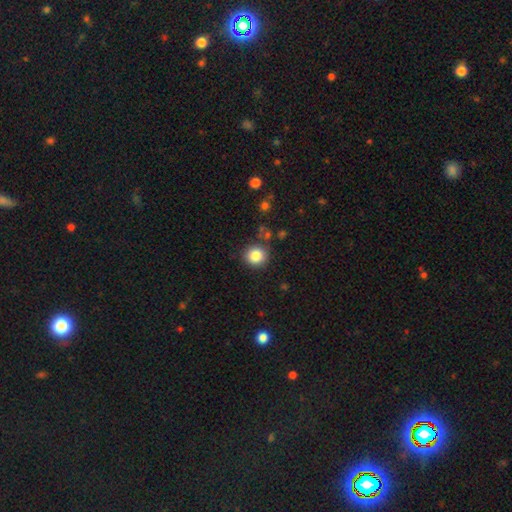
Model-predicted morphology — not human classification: This appears to be a smooth galaxy with no disk features (84%) that is round (91%). Merging: none (86%).